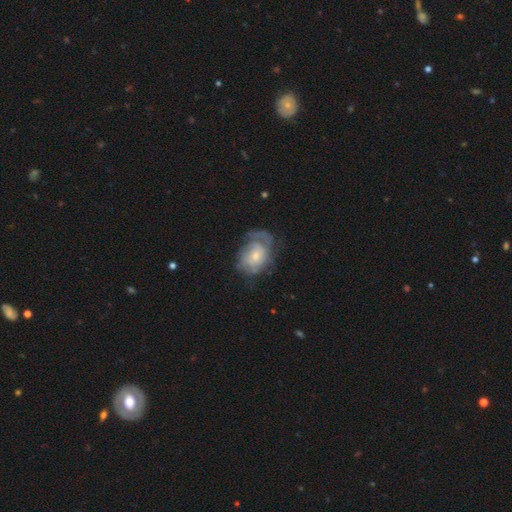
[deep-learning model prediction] This is likely a featured or disk galaxy (68%). It is clearly not viewed edge-on (97%). Bar: likely no (72%). Spiral arm pattern: clearly yes (80%). Spiral arm count: marginally can't tell (38%). Spiral winding: possibly tight (46%). Central bulge: possibly small (50%). Merging: possibly none (50%).